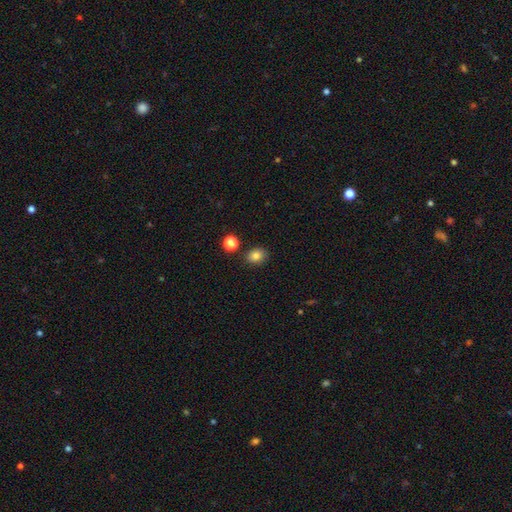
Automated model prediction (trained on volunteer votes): Overall: smooth (82%). How rounded: round (56%; in between 43%). Merging: none (83%).